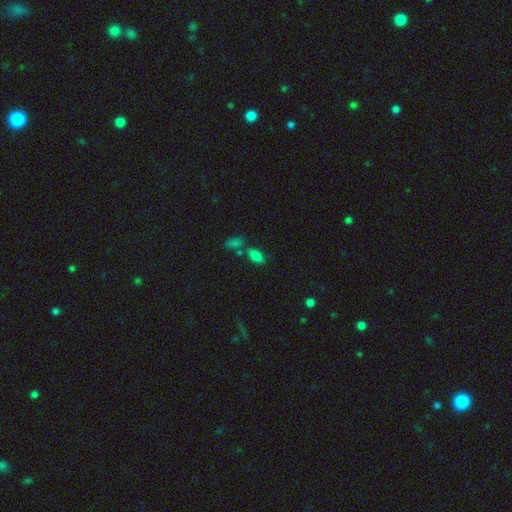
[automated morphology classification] Smooth or featured? smooth (81%)
How rounded? in between (91%)
Merging? none (57%)